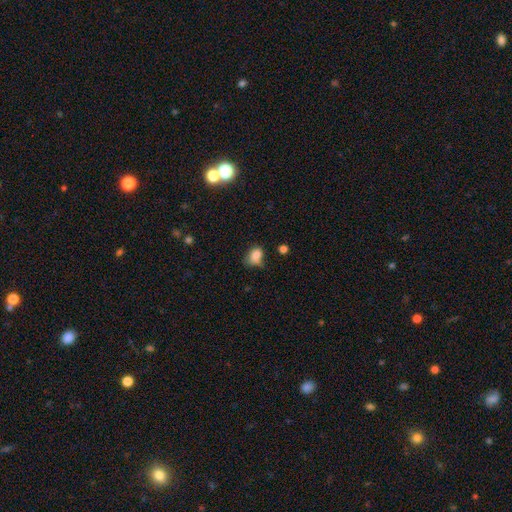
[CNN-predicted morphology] A smooth galaxy with no disk features (80%) that is in between round and cigar-shaped (62%).

Vote fractions:
- Smooth or featured? smooth: 80% / star or artifact: 11% / featured or disk: 9%
- How rounded? in between: 62% / round: 36% / cigar-shaped: 1%
- Merging? none: 40% / minor disturbance: 37% / major disturbance: 15% / merger: 8%